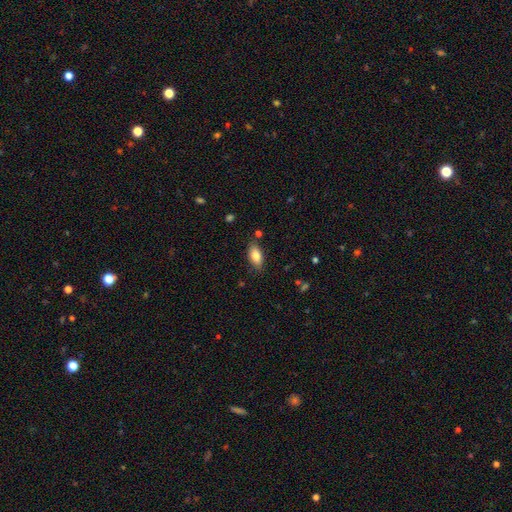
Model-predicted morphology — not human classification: Smooth or featured: smooth — 82% (featured or disk — 10%)
How rounded: in between — 90% (cigar-shaped — 7%)
Merging: none — 81% (minor disturbance — 13%)